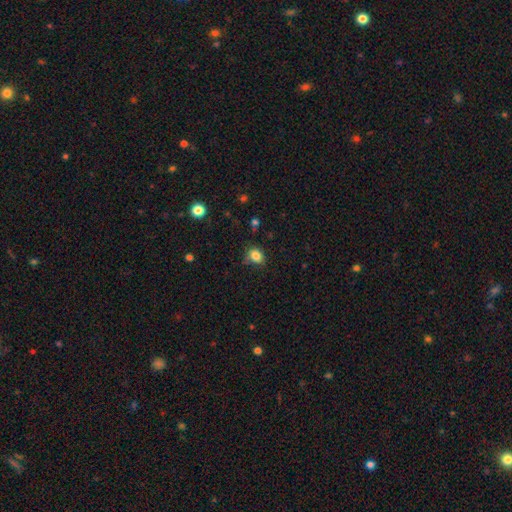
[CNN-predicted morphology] Smooth or featured?
  - smooth: 84% *
  - star or artifact: 11%
  - featured or disk: 5%
How rounded?
  - round: 52% *
  - in between: 47%
  - cigar-shaped: 1%
Merging?
  - none: 67% *
  - minor disturbance: 24%
  - major disturbance: 6%
  - merger: 3%